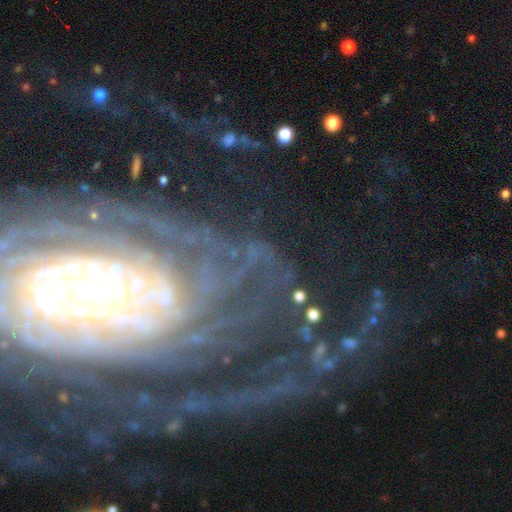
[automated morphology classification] Smooth or featured? Predicted: featured or disk (p=0.87). Edge-on disk? Predicted: no (p=0.95). Bar? Predicted: no (p=0.59). Spiral arms? Predicted: yes (p=0.96). Spiral winding? Predicted: tight (p=0.71). Spiral arm count? Predicted: can't tell (p=0.29). Bulge size? Predicted: small (p=0.51). Merging? Predicted: none (p=0.62).